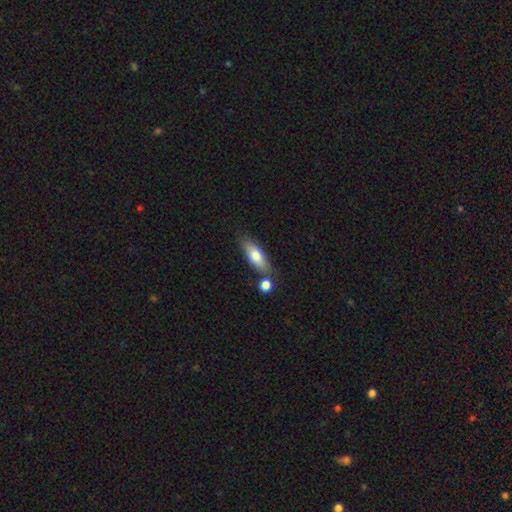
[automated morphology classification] A smooth galaxy with no disk features (74%) that is in between round and cigar-shaped (64%). Merging: none (66%).